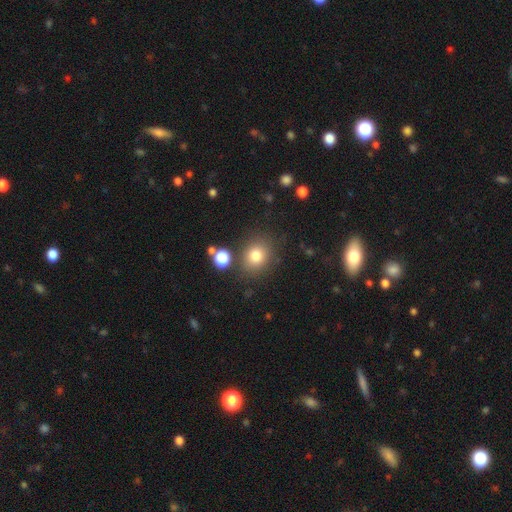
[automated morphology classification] smooth_or_featured: smooth (p=0.79) [alt: star or artifact p=0.13]
how_rounded: round (p=0.70) [alt: in between p=0.29]
merging: none (p=0.79) [alt: minor disturbance p=0.11]